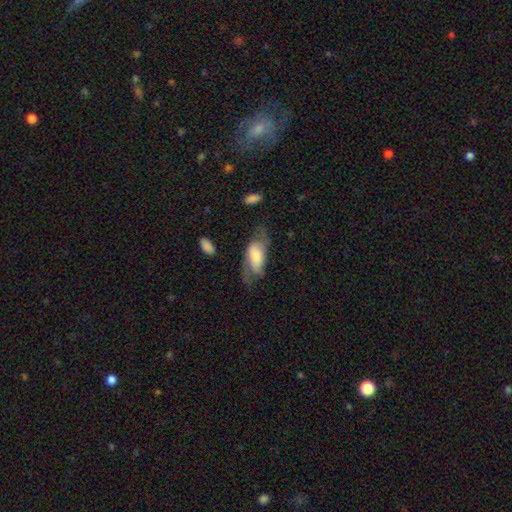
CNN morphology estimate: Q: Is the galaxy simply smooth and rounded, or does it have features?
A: featured or disk — 48%.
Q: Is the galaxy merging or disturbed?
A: none — 49%.